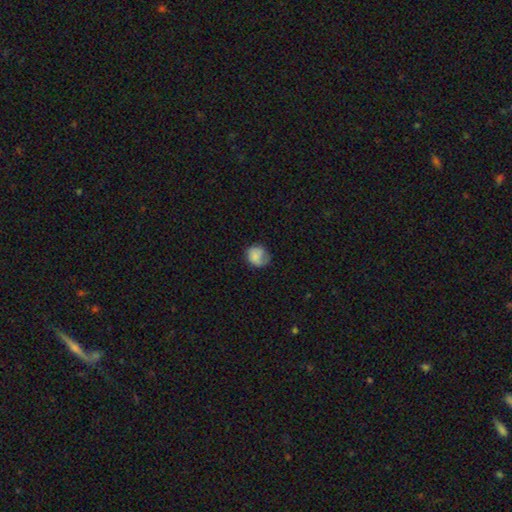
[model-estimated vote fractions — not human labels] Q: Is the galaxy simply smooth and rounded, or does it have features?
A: smooth — 79%.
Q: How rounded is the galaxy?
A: round — 75%.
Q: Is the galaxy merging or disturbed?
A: none — 56%.